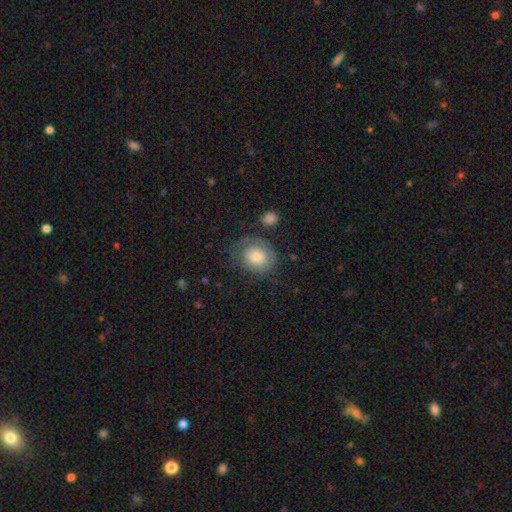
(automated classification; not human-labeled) smooth-or-featured: smooth: 64% | featured or disk: 27% | star or artifact: 9%
  how-rounded: round: 67% | in between: 32% | cigar-shaped: 1%
  merging: none: 64% | minor disturbance: 21% | major disturbance: 12% | merger: 3%